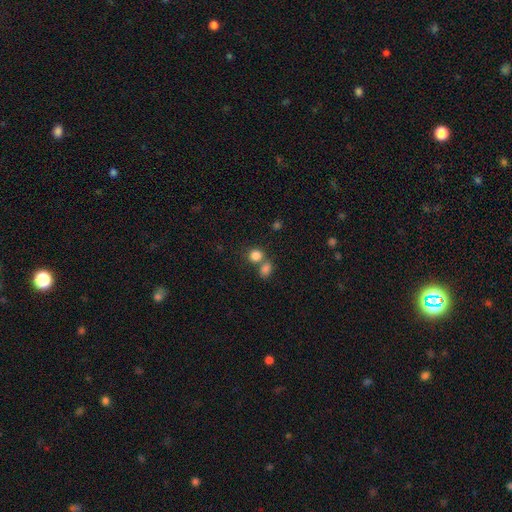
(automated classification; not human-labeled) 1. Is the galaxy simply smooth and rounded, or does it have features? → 82% smooth, 12% star or artifact, 6% featured or disk.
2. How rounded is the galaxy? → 69% round, 30% in between, 1% cigar-shaped.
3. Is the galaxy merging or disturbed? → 48% none, 40% merger, 8% minor disturbance, 4% major disturbance.